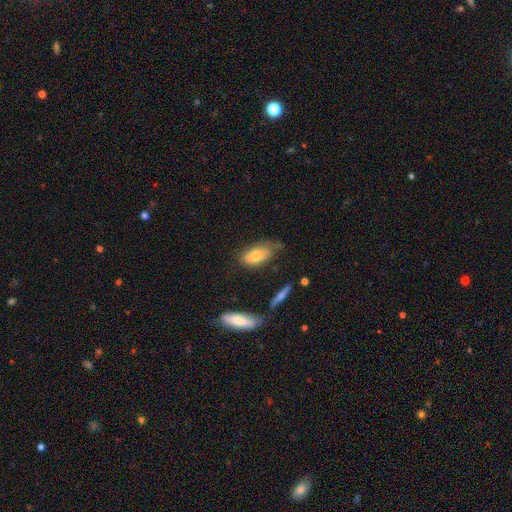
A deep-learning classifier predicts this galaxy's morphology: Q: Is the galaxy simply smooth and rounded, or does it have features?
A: smooth — 73%.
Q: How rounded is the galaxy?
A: in between — 88%.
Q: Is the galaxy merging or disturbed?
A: none — 50%.